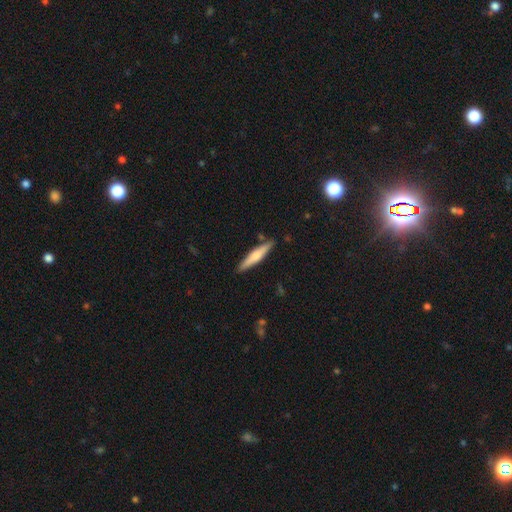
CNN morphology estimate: smooth 56%, featured or disk 39%, star or artifact 5%. Down the decision tree: how rounded — cigar-shaped (87%); merging — none (87%).